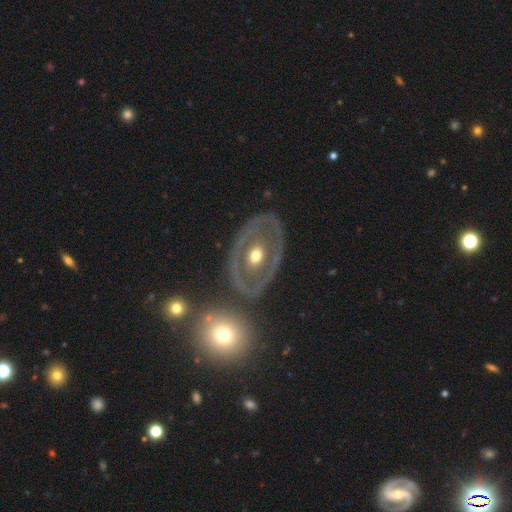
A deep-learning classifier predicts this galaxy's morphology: Smooth or featured? Predicted: featured or disk (p=0.71). Edge-on disk? Predicted: no (p=0.93). Bar? Predicted: no (p=0.79). Spiral arms? Predicted: no (p=0.70). Bulge size? Predicted: moderate (p=0.77). Merging? Predicted: none (p=0.72).